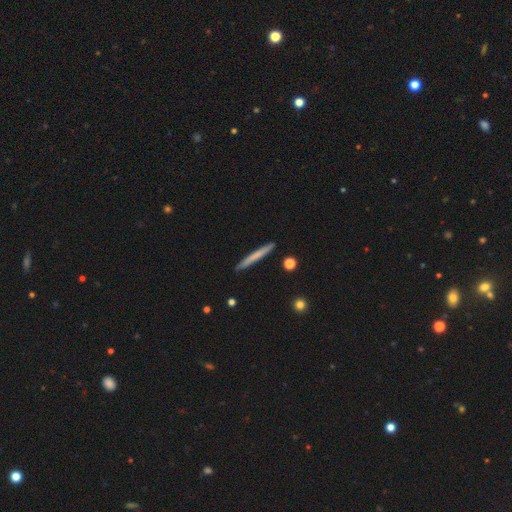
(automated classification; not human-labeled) This is likely a smooth galaxy (63%). How rounded: clearly cigar-shaped (97%). Merging: clearly none (90%).